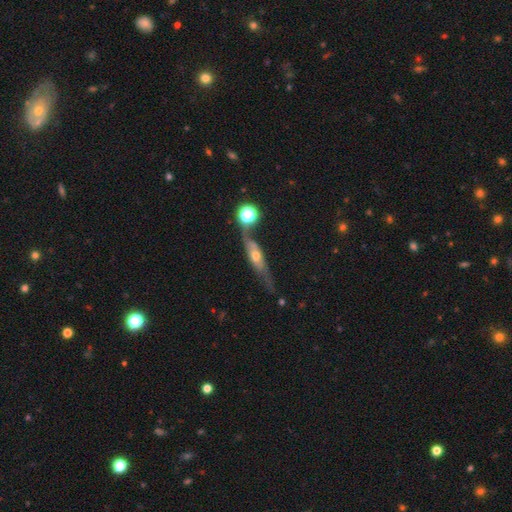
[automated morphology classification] A featured or disk galaxy (60%) viewed edge-on (57%).

Vote fractions:
- Smooth or featured? featured or disk: 60% / smooth: 31% / star or artifact: 9%
- Edge-on disk? yes: 57% / no: 43%
- Merging? none: 48% / minor disturbance: 21% / merger: 17% / major disturbance: 14%